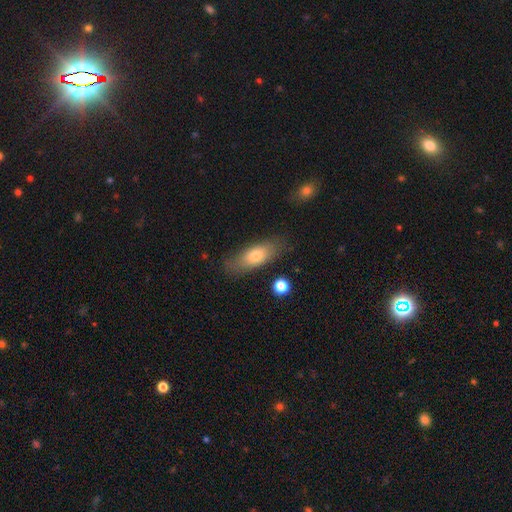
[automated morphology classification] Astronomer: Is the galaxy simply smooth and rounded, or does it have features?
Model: smooth — 70%.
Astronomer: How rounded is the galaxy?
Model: in between — 70%.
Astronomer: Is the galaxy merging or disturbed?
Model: none — 77%.